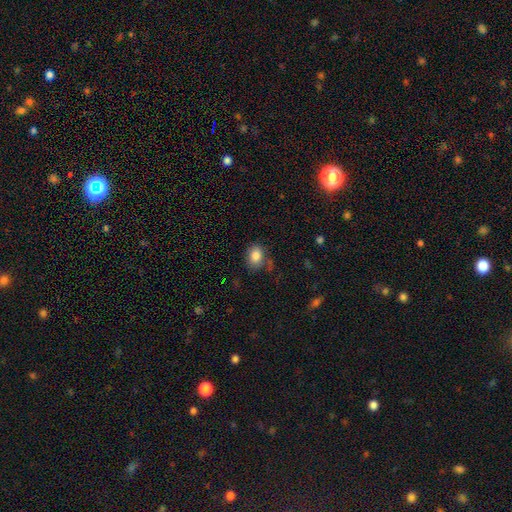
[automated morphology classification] type=smooth (84%); roundness=in between (68%); merging=none (68%).